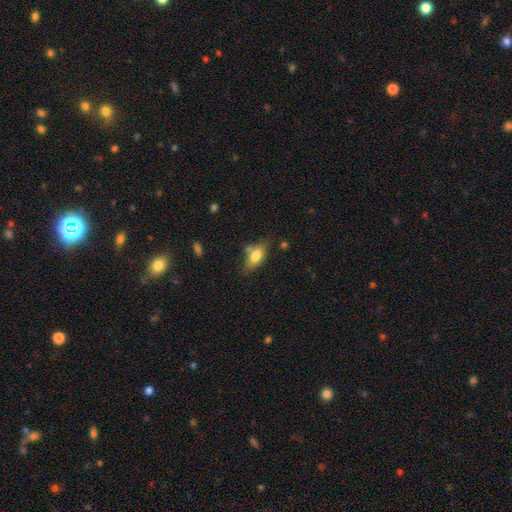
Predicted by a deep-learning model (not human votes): A smooth galaxy with no disk features (72%) that is in between round and cigar-shaped (81%). Merging: none (61%).